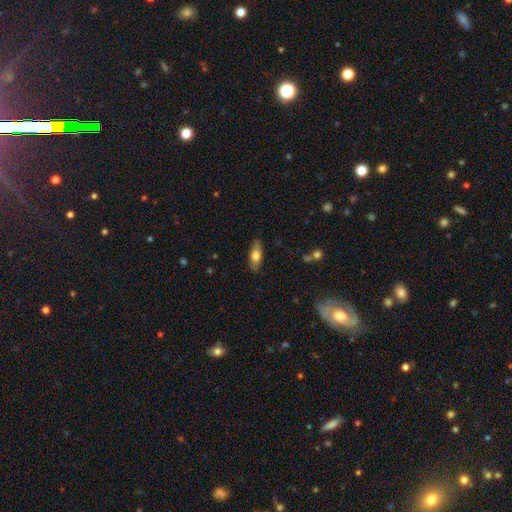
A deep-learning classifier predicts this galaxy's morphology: Smooth or featured? smooth (70%)
How rounded? in between (75%)
Merging? none (86%)